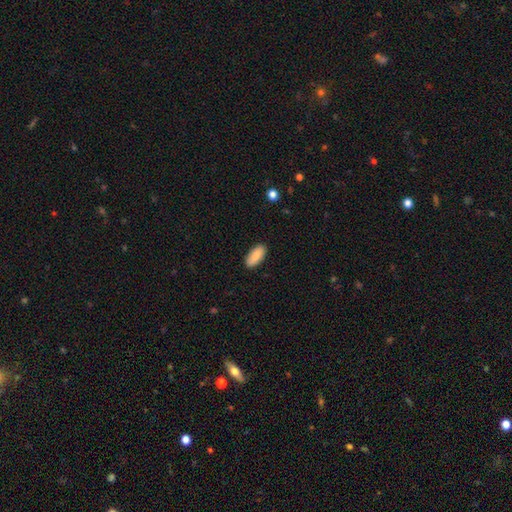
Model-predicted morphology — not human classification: Smooth or featured: smooth — 86% (featured or disk — 8%)
How rounded: in between — 85% (cigar-shaped — 13%)
Merging: none — 89% (minor disturbance — 8%)